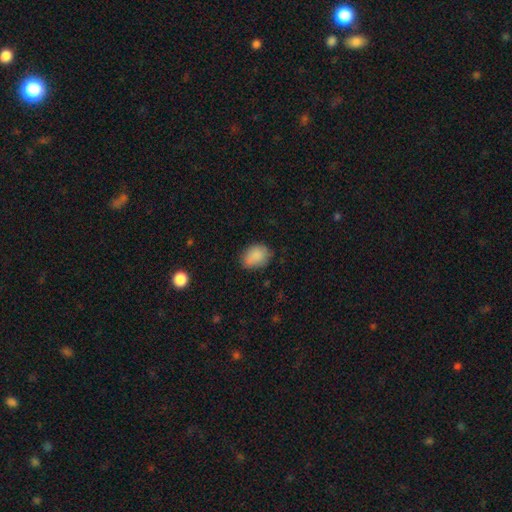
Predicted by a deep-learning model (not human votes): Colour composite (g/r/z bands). It shows a smooth galaxy with no disk features (86%) that is in between round and cigar-shaped (71%). Merging: none (70%).